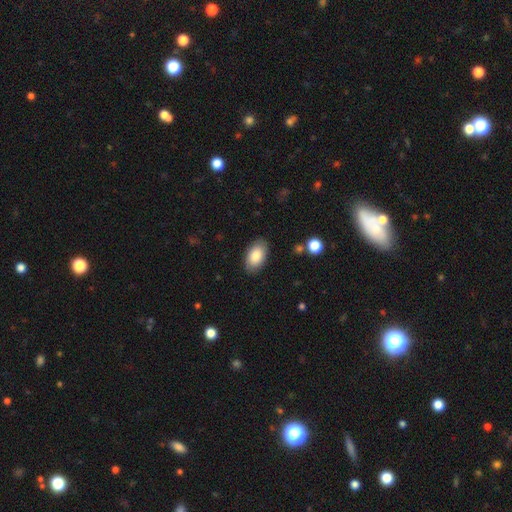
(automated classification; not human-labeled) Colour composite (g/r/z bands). It shows a smooth galaxy with no disk features (84%) that is in between round and cigar-shaped (94%). Merging: none (86%).